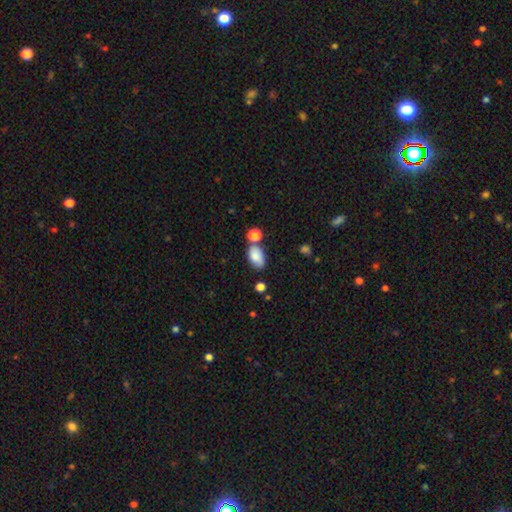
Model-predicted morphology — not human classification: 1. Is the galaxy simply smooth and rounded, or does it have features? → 83% smooth, 9% featured or disk, 8% star or artifact.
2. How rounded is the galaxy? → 92% in between, 6% round, 2% cigar-shaped.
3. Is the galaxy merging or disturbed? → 64% none, 17% minor disturbance, 15% merger, 4% major disturbance.